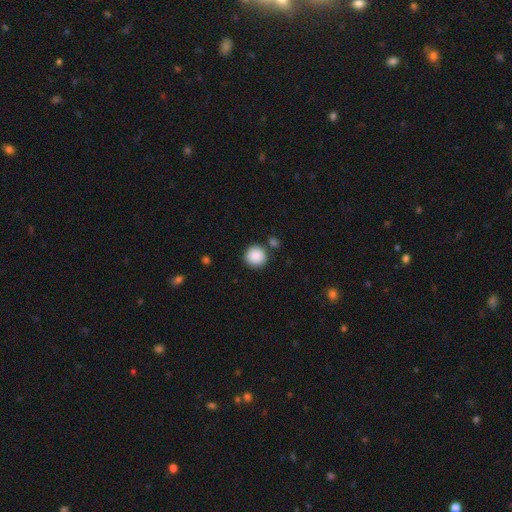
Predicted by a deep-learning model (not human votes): A smooth galaxy with no disk features (89%) that is round (95%).

Vote fractions:
- Smooth or featured? smooth: 89% / star or artifact: 8% / featured or disk: 3%
- How rounded? round: 95% / in between: 4% / cigar-shaped: 1%
- Merging? none: 84% / minor disturbance: 7% / merger: 6% / major disturbance: 2%